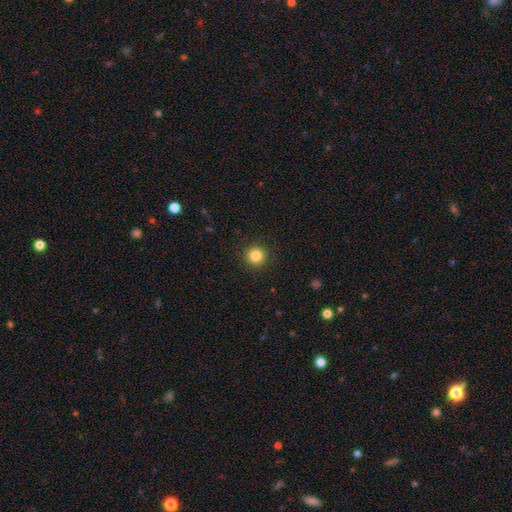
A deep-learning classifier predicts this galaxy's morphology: Smooth or featured? Predicted: smooth (p=0.84). How rounded? Predicted: round (p=0.95). Merging? Predicted: none (p=0.93).